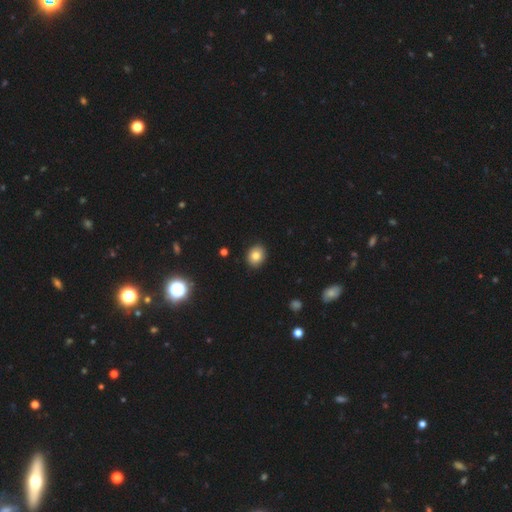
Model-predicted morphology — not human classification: This is clearly a smooth galaxy (81%). How rounded: likely round (61%). Merging: clearly none (90%).